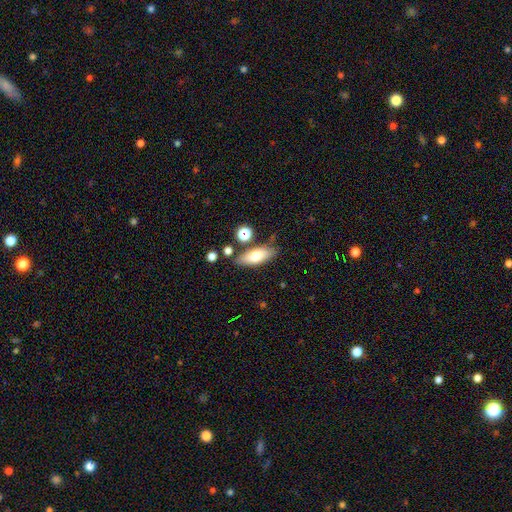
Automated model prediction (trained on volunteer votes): Morphology: type=smooth (69%); roundness=in between (73%); merging=none (75%).